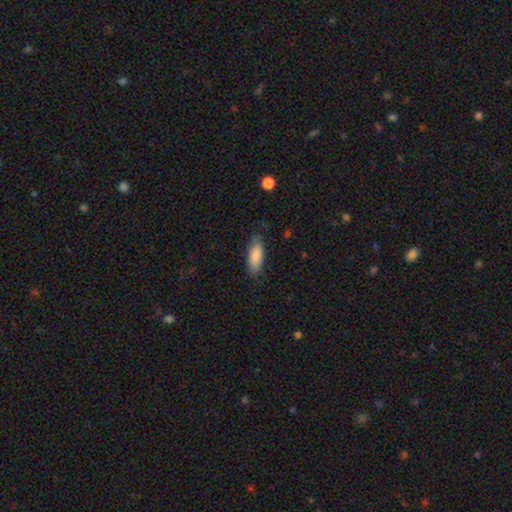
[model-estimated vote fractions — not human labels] Q: Smooth or featured?
A: smooth (87%); runner-up: featured or disk (7%)
Q: How rounded?
A: in between (73%); runner-up: cigar-shaped (25%)
Q: Merging?
A: none (81%); runner-up: minor disturbance (14%)